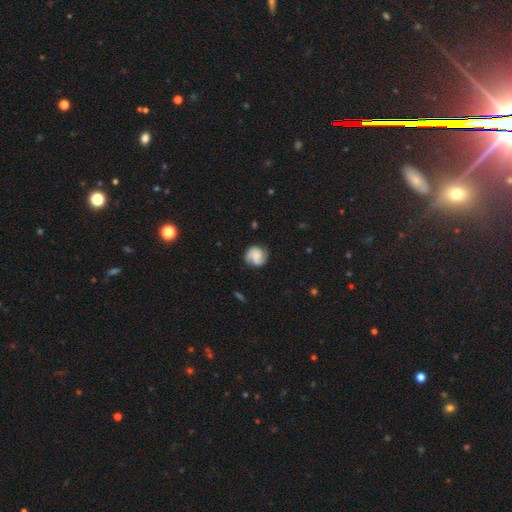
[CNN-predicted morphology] smooth_or_featured: featured or disk (p=0.53) [alt: smooth p=0.39]
disk_edge_on: no (p=0.98) [alt: yes p=0.02]
bar: no (p=0.62) [alt: weak p=0.32]
has_spiral_arms: yes (p=0.92) [alt: no p=0.08]
bulge_size: small (p=0.41) [alt: moderate p=0.26]
merging: none (p=0.75) [alt: minor disturbance p=0.17]